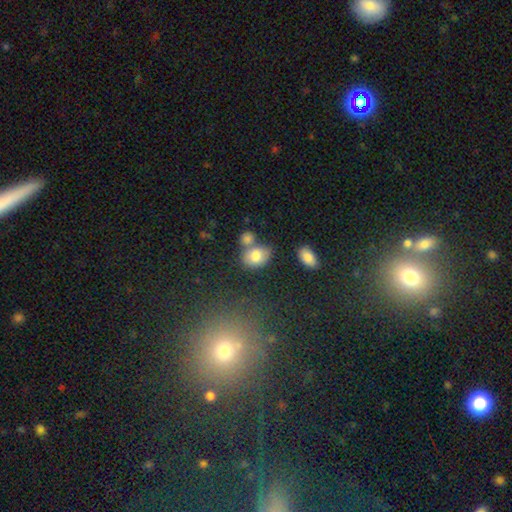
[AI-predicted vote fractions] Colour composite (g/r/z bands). It shows a smooth galaxy with no disk features (79%) that is in between round and cigar-shaped (69%). Merging: none (49%).